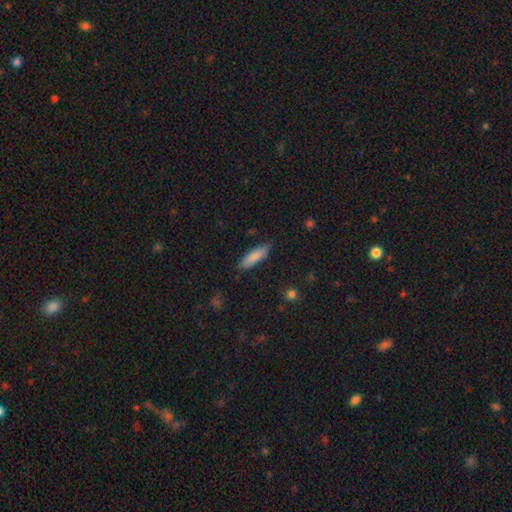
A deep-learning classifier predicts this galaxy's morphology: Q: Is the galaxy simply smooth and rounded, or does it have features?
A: smooth — 83%.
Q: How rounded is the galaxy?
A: cigar-shaped — 63%.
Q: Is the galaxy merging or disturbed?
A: none — 82%.